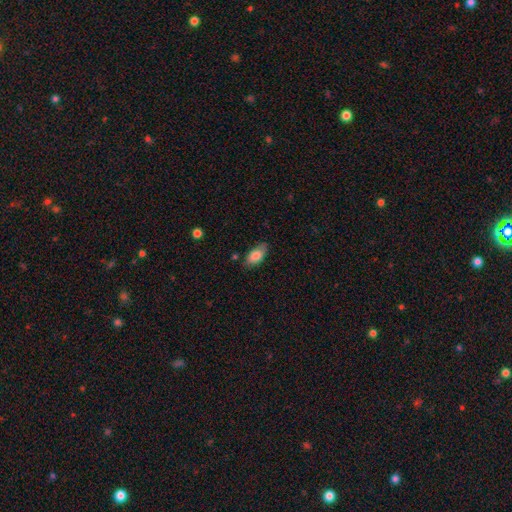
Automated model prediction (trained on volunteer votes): This appears to be a smooth galaxy with no disk features (82%) that is in between round and cigar-shaped (91%). Merging: none (73%).